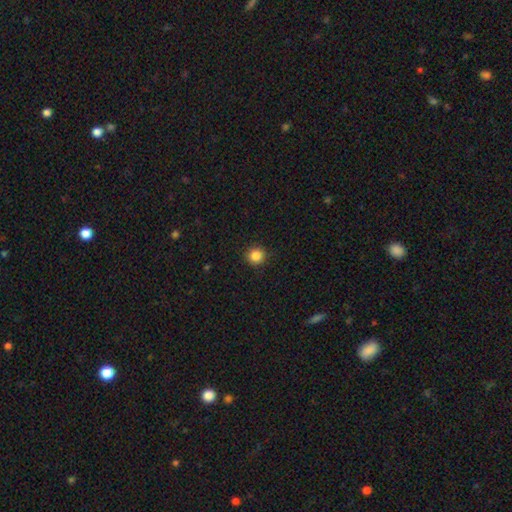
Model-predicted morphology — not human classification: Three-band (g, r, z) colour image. It shows a smooth galaxy with no disk features (86%) that is round (95%). Merging: none (92%).